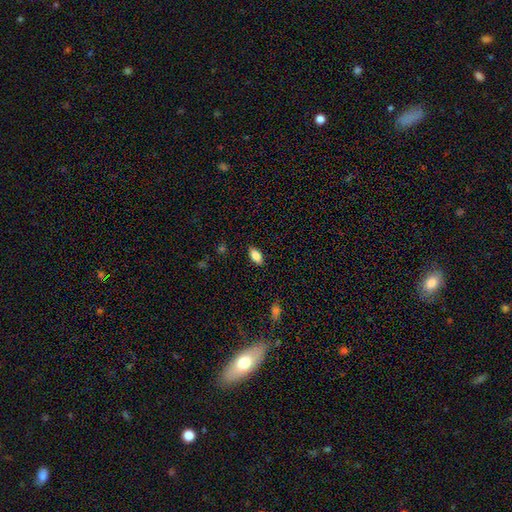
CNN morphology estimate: Smooth or featured? smooth (82%)
How rounded? in between (89%)
Merging? none (87%)